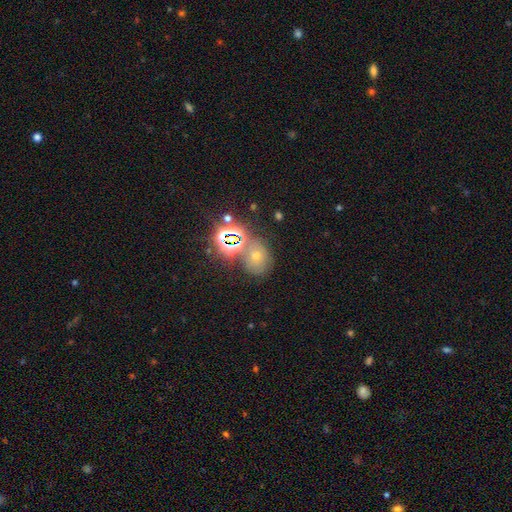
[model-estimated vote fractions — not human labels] Smooth or featured: star or artifact — 52% (smooth — 27%)